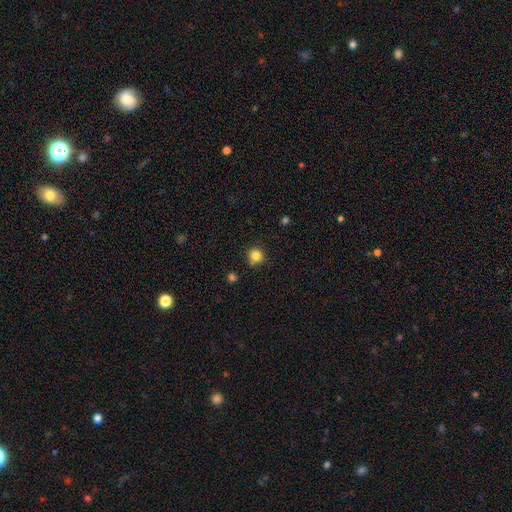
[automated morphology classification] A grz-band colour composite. It shows a smooth galaxy with no disk features (84%) that is round (91%). Merging: none (83%).